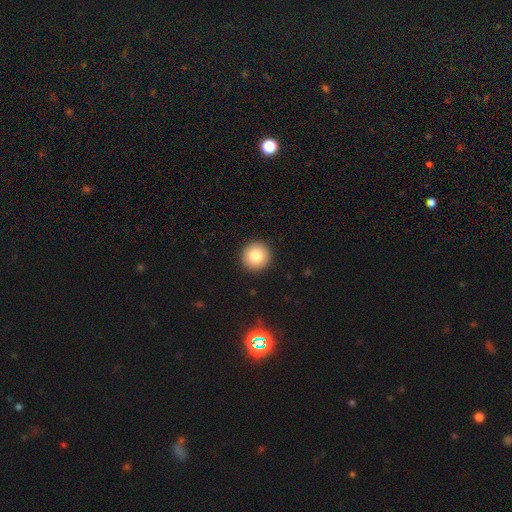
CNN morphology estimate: smooth-or-featured: smooth: 81% | star or artifact: 9% | featured or disk: 9%
  how-rounded: round: 96% | in between: 3% | cigar-shaped: 1%
  merging: none: 93% | minor disturbance: 4% | major disturbance: 2% | merger: 1%